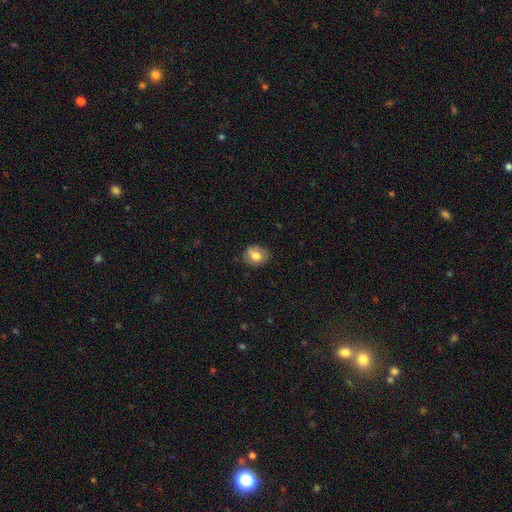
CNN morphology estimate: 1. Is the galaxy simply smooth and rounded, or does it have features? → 69% smooth, 23% featured or disk, 9% star or artifact.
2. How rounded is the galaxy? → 52% round, 47% in between, 1% cigar-shaped.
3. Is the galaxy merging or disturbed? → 73% none, 21% minor disturbance, 5% major disturbance, 2% merger.